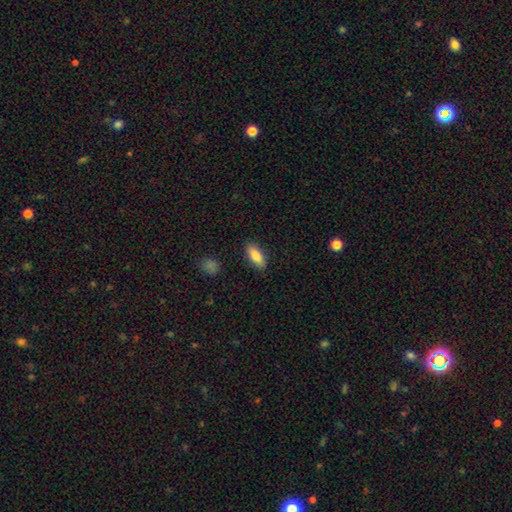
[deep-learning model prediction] smooth 84%, featured or disk 9%, star or artifact 7%. Down the decision tree: how rounded — in between (78%); merging — none (87%).